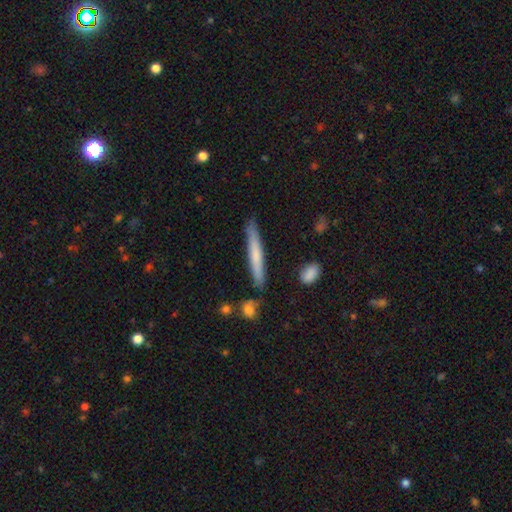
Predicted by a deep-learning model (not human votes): This appears to be a smooth galaxy with no disk features (62%) that is cigar-shaped (95%). Merging: none (85%).